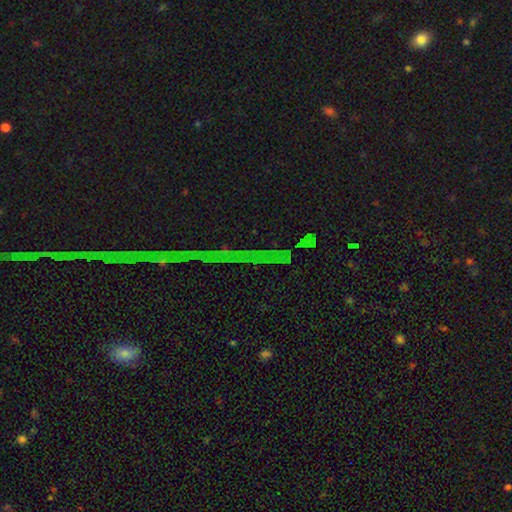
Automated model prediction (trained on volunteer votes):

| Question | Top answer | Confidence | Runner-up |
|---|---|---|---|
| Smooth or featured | star or artifact | 83% | featured or disk (9%) |